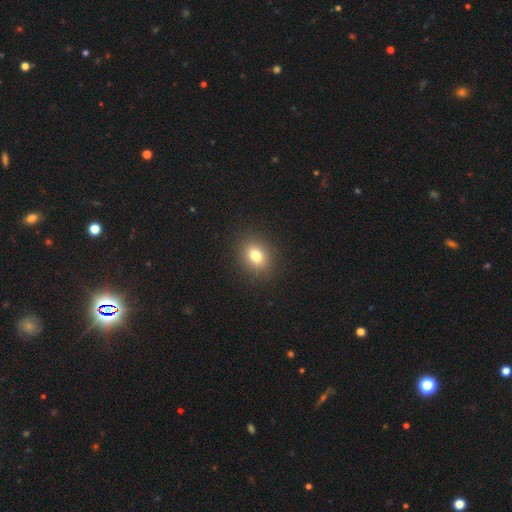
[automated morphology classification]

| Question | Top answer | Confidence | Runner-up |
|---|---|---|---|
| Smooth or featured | smooth | 78% | star or artifact (12%) |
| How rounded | round | 54% | in between (45%) |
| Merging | none | 90% | minor disturbance (6%) |